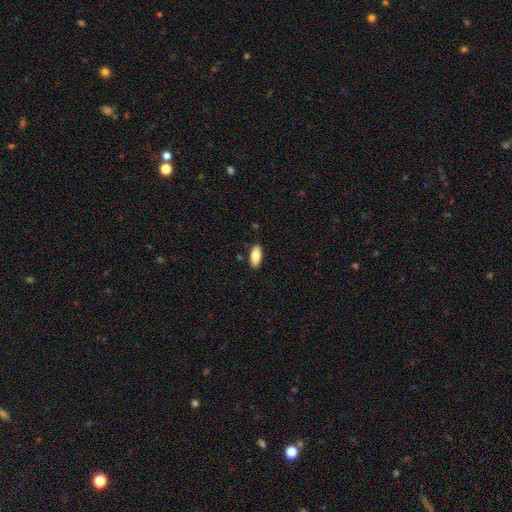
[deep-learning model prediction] smooth_or_featured: smooth (p=0.83) [alt: featured or disk p=0.11]
how_rounded: in between (p=0.86) [alt: cigar-shaped p=0.12]
merging: none (p=0.86) [alt: minor disturbance p=0.10]